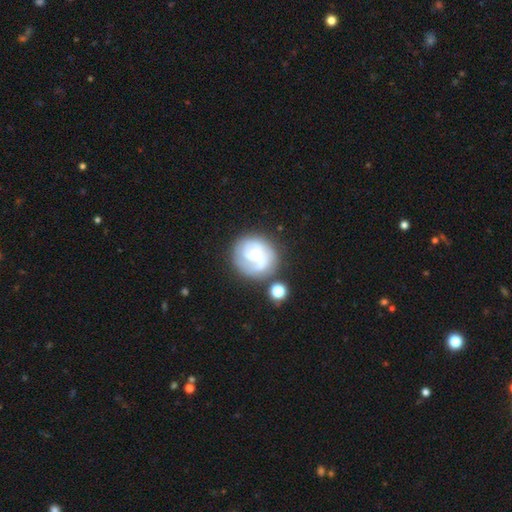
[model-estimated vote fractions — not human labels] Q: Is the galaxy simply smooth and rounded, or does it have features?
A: featured or disk — 62%.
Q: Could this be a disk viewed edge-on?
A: no — 98%.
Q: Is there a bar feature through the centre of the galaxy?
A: no — 50%.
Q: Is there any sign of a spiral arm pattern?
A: yes — 75%.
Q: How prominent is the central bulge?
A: moderate — 41%.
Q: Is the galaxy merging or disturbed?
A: none — 54%.